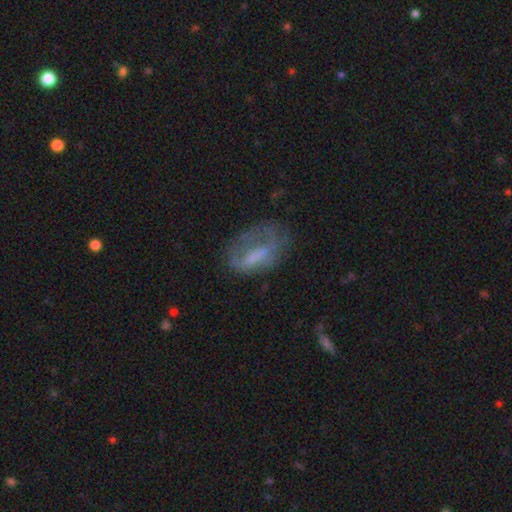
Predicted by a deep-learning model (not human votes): This appears to be a smooth galaxy with no disk features (45%). Merging: none (41%).